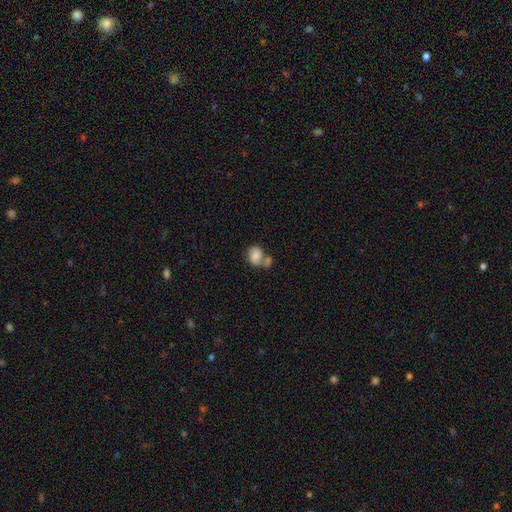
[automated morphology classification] A smooth galaxy with no disk features (80%) that is round (51%).

Vote fractions:
- Smooth or featured? smooth: 80% / featured or disk: 12% / star or artifact: 8%
- How rounded? round: 51% / in between: 48% / cigar-shaped: 1%
- Merging? merger: 45% / none: 35% / minor disturbance: 13% / major disturbance: 6%